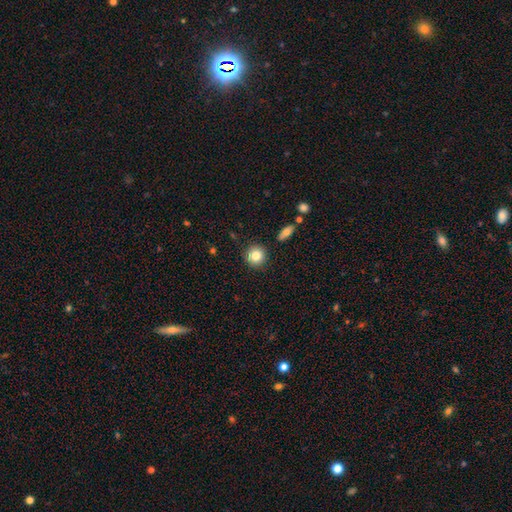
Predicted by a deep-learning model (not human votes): Q: Smooth or featured?
A: smooth (83%); runner-up: star or artifact (9%)
Q: How rounded?
A: round (91%); runner-up: in between (8%)
Q: Merging?
A: none (88%); runner-up: minor disturbance (7%)